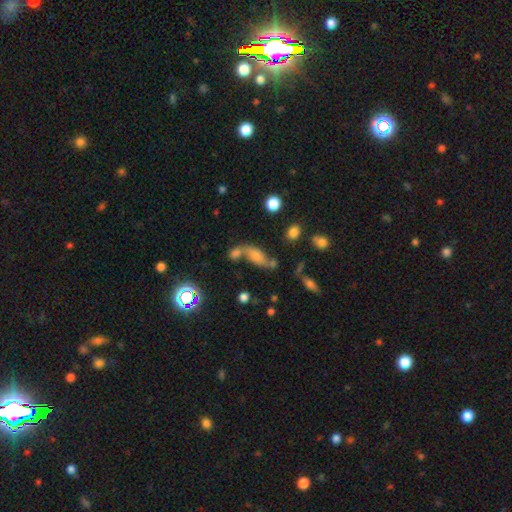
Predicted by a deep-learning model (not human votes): A featured or disk galaxy (44%).

Vote fractions:
- Smooth or featured? featured or disk: 44% / smooth: 36% / star or artifact: 20%
- Merging? none: 41% / merger: 35% / minor disturbance: 15% / major disturbance: 9%